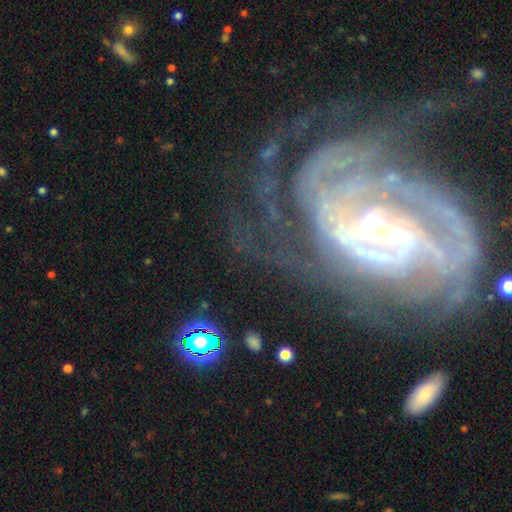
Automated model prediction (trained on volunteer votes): Smooth or featured: featured or disk — 86% (star or artifact — 9%)
Edge-on disk: no — 97% (yes — 3%)
Bar: weak — 37% (strong — 34%)
Spiral arms: yes — 93% (no — 7%)
Spiral winding: tight — 54% (medium — 34%)
Spiral arm count: can't tell — 31% (2 — 23%)
Bulge size: small — 68% (moderate — 17%)
Merging: none — 46% (major disturbance — 29%)